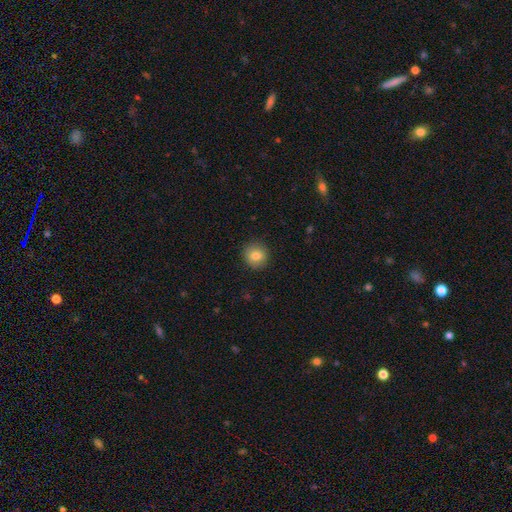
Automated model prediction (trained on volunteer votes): Morphology: type=smooth (81%); roundness=round (89%); merging=none (90%).